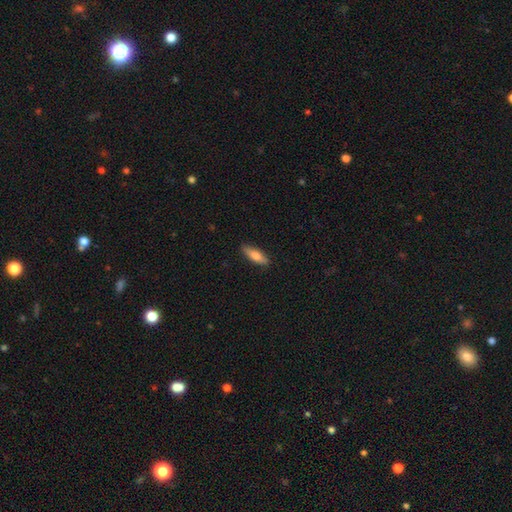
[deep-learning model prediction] Smooth or featured?
  - smooth: 74% *
  - featured or disk: 20%
  - star or artifact: 6%
How rounded?
  - cigar-shaped: 53% *
  - in between: 45%
  - round: 2%
Merging?
  - none: 86% *
  - minor disturbance: 10%
  - major disturbance: 2%
  - merger: 1%